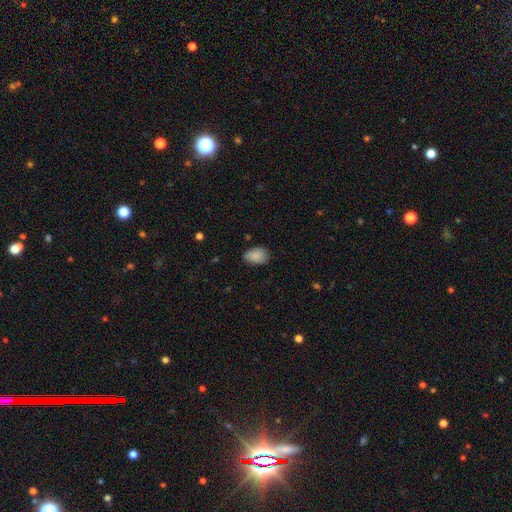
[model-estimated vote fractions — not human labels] Q: Smooth or featured?
A: smooth (88%); runner-up: star or artifact (7%)
Q: How rounded?
A: in between (86%); runner-up: round (12%)
Q: Merging?
A: none (75%); runner-up: minor disturbance (20%)